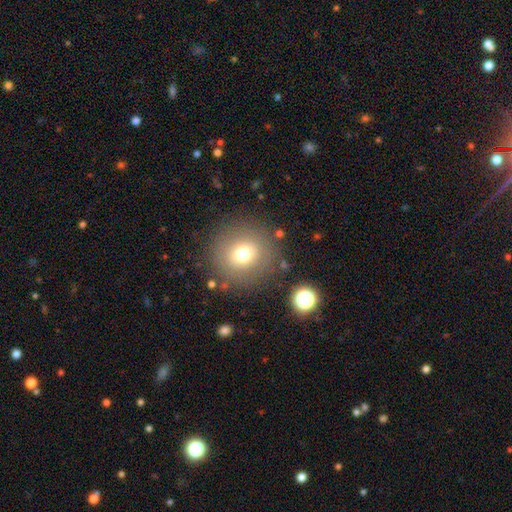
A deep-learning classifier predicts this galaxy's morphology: A smooth galaxy with no disk features (62%) that is round (93%). Merging: none (86%).